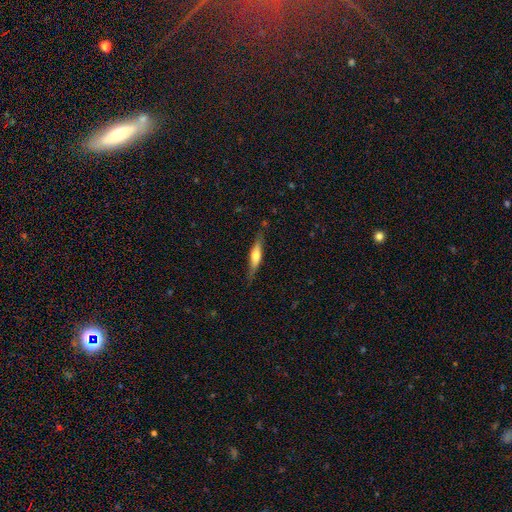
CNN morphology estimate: A featured or disk galaxy (53%) viewed edge-on (92%). Merging: none (80%).